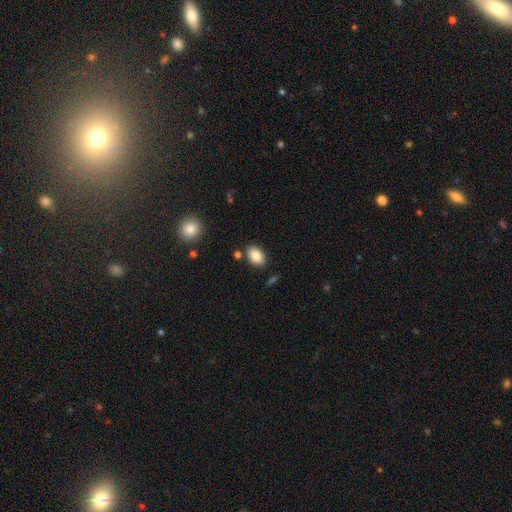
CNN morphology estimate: Smooth or featured?
  - smooth: 86% *
  - star or artifact: 8%
  - featured or disk: 6%
How rounded?
  - in between: 83% *
  - round: 16%
  - cigar-shaped: 1%
Merging?
  - none: 83% *
  - minor disturbance: 10%
  - merger: 4%
  - major disturbance: 3%